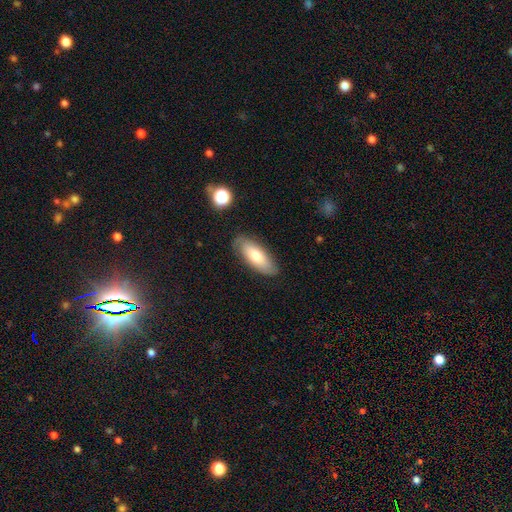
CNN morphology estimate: Smooth or featured?
  - smooth: 73% *
  - featured or disk: 20%
  - star or artifact: 6%
How rounded?
  - in between: 76% *
  - cigar-shaped: 22%
  - round: 2%
Merging?
  - none: 83% *
  - minor disturbance: 13%
  - major disturbance: 3%
  - merger: 1%